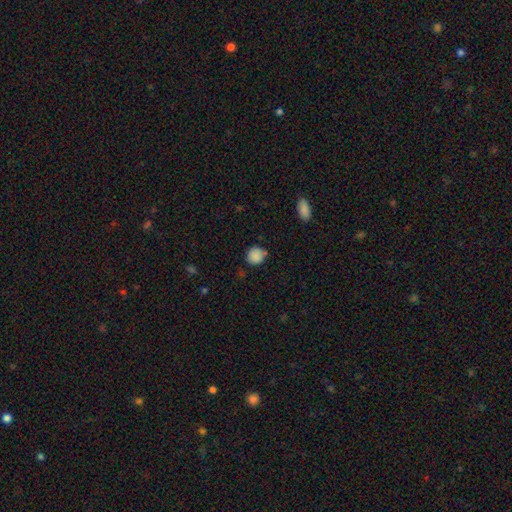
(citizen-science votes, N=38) Smooth or featured? 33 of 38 (87%) said smooth. How rounded? 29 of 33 (88%) said round. Merging? 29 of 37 (78%) said none.